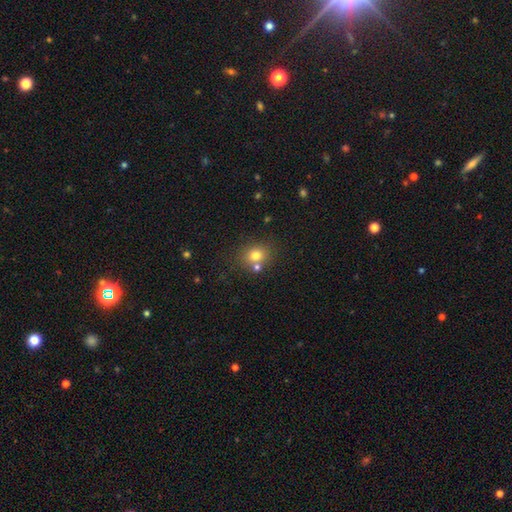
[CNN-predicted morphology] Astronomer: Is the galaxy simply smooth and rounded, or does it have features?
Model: smooth — 76%.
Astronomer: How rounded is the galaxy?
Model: round — 72%.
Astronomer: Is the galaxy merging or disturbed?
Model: none — 66%.